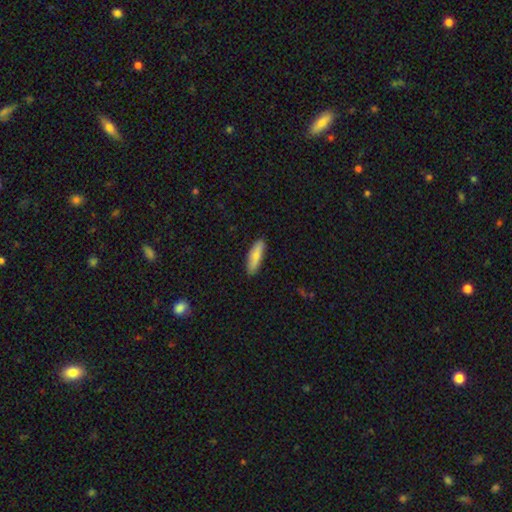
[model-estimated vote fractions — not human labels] The model was most divided on "how rounded": cigar-shaped: 59%, in between: 39%, round: 2%. More confident: merging — none (88%); smooth or featured — smooth (77%).